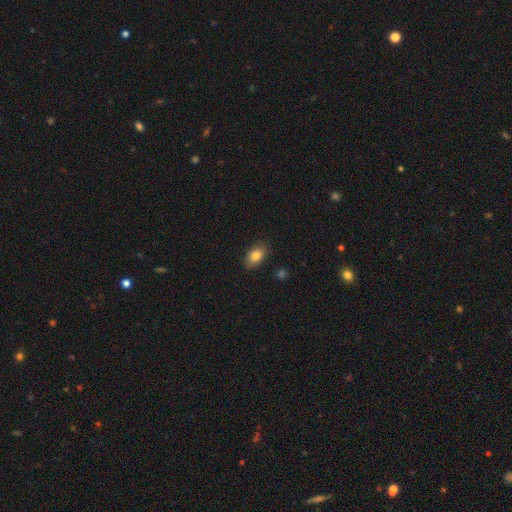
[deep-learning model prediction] Smooth or featured? Predicted: smooth (p=0.84). How rounded? Predicted: in between (p=0.88). Merging? Predicted: none (p=0.86).